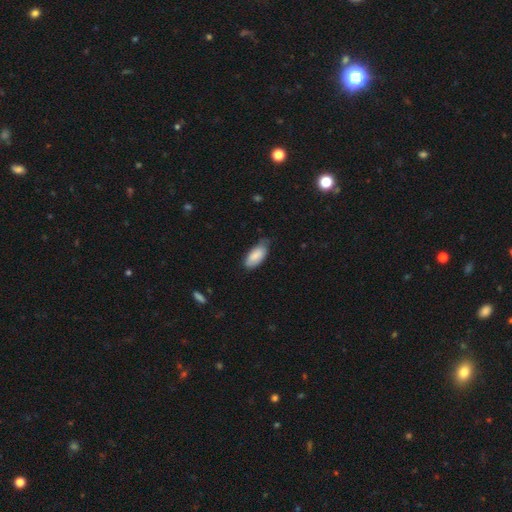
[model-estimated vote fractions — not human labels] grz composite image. It shows a smooth galaxy with no disk features (84%) that is in between round and cigar-shaped (90%). Merging: none (54%).